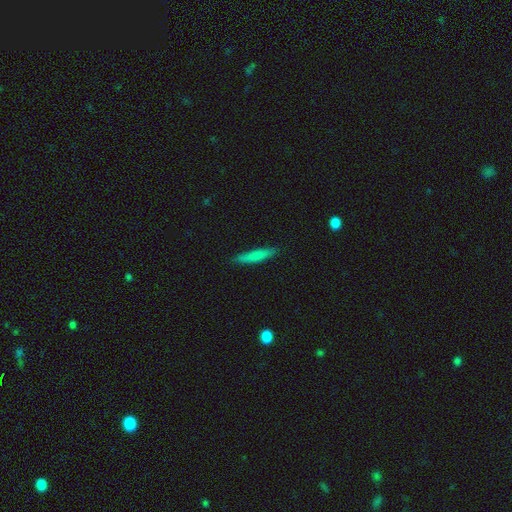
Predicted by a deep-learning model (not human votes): Overall: smooth (77%). How rounded: cigar-shaped (91%). Merging: none (88%).